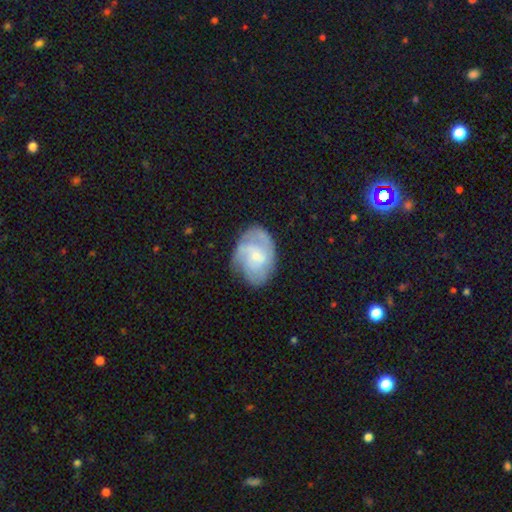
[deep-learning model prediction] Smooth or featured? featured or disk (67%)
Edge-on disk? no (97%)
Bar? no (66%)
Spiral arms? yes (86%)
Spiral winding? tight (47%)
Spiral arm count? can't tell (37%)
Bulge size? small (64%)
Merging? none (63%)